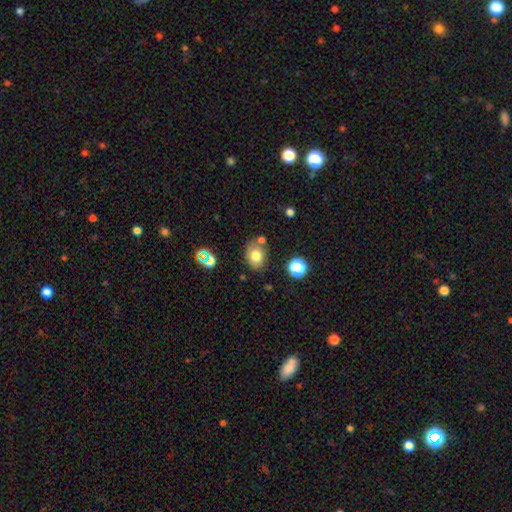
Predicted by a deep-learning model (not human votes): Overall: smooth (77%). How rounded: in between (58%; round 41%). Merging: none (72%).